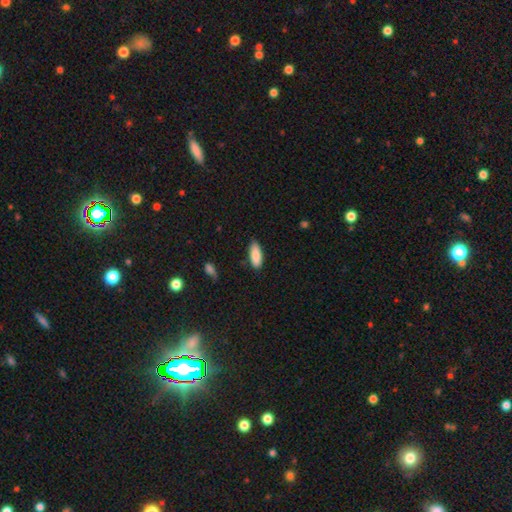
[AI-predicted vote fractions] A smooth galaxy with no disk features (86%) that is in between round and cigar-shaped (76%).

Vote fractions:
- Smooth or featured? smooth: 86% / featured or disk: 7% / star or artifact: 6%
- How rounded? in between: 76% / cigar-shaped: 22% / round: 2%
- Merging? none: 81% / minor disturbance: 15% / major disturbance: 3% / merger: 2%